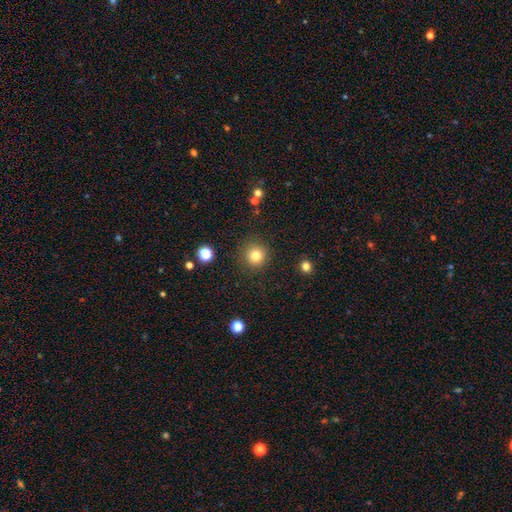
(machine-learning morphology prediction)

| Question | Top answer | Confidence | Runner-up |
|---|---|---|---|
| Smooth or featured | smooth | 82% | star or artifact (12%) |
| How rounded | round | 94% | in between (5%) |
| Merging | none | 88% | minor disturbance (7%) |